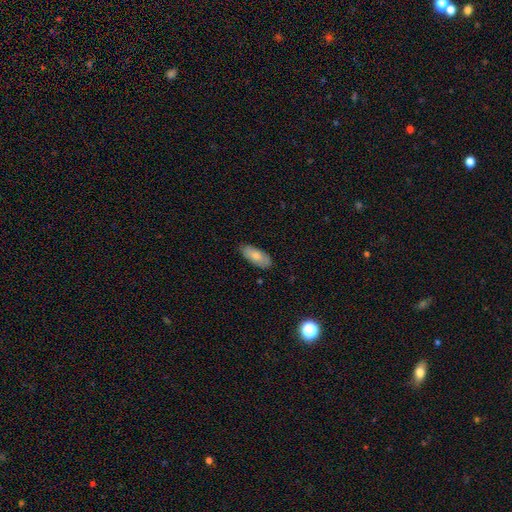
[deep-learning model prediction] Smooth or featured? Predicted: smooth (p=0.78). How rounded? Predicted: in between (p=0.86). Merging? Predicted: none (p=0.82).